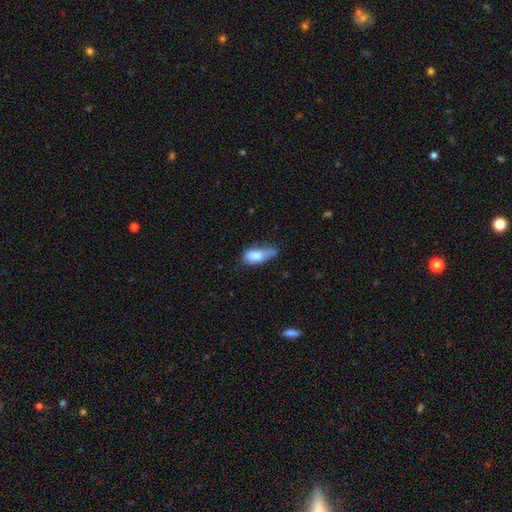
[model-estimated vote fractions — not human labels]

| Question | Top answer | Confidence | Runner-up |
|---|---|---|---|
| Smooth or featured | smooth | 76% | featured or disk (16%) |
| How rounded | in between | 80% | cigar-shaped (14%) |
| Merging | minor disturbance | 38% | none (27%) |